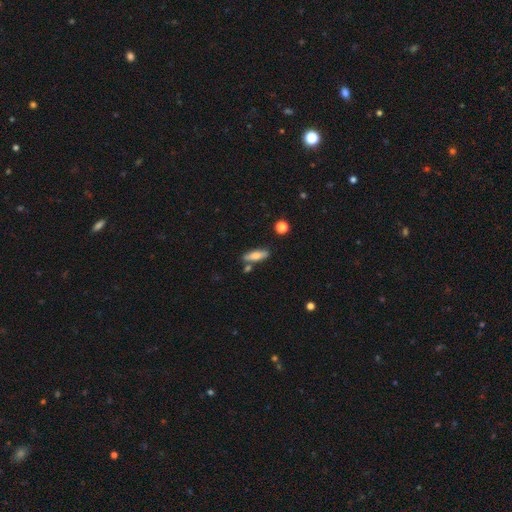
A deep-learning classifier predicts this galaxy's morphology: Smooth or featured? smooth (72%)
How rounded? cigar-shaped (49%, tied with in between)
Merging? none (76%)